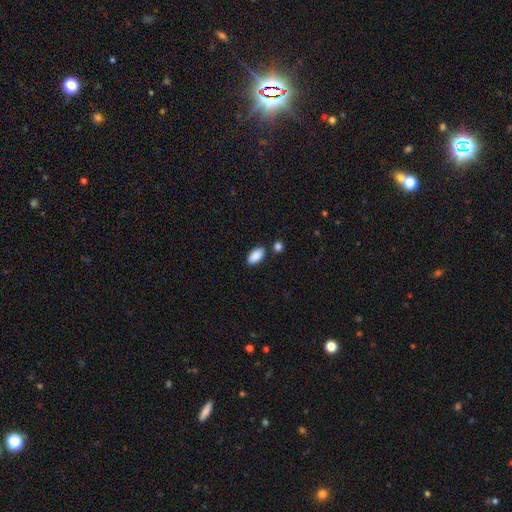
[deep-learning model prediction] Smooth or featured? smooth (89%)
How rounded? in between (92%)
Merging? none (80%)